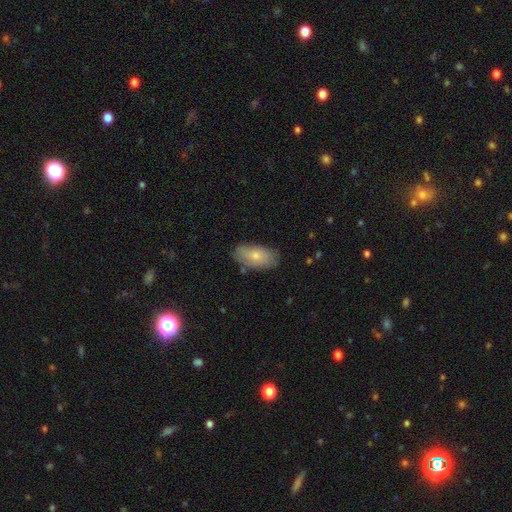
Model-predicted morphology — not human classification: Q: Smooth or featured?
A: smooth (75%); runner-up: featured or disk (19%)
Q: How rounded?
A: in between (92%); runner-up: cigar-shaped (4%)
Q: Merging?
A: none (79%); runner-up: minor disturbance (16%)